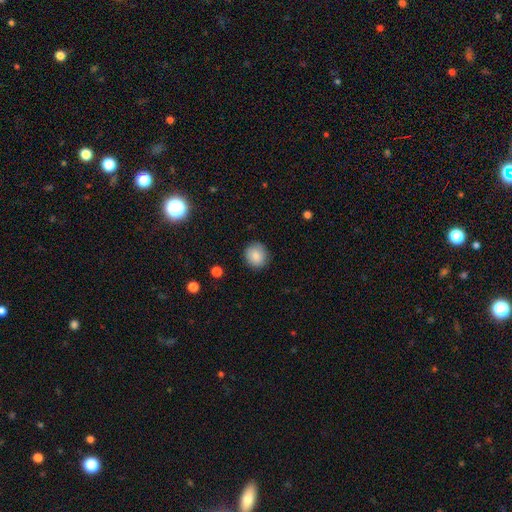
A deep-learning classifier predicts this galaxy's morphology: A smooth galaxy with no disk features (84%) that is round (87%). Merging: none (88%).